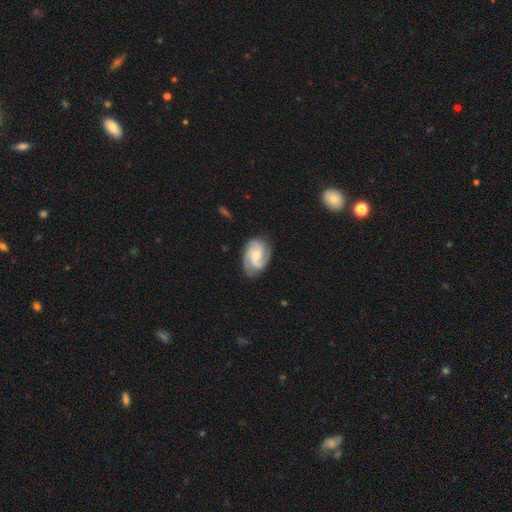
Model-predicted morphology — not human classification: Q: Smooth or featured?
A: featured or disk (86%); runner-up: smooth (10%)
Q: Edge-on disk?
A: no (98%); runner-up: yes (2%)
Q: Bar?
A: no (55%); runner-up: weak (37%)
Q: Spiral arms?
A: yes (98%); runner-up: no (2%)
Q: Spiral winding?
A: medium (48%); runner-up: tight (39%)
Q: Spiral arm count?
A: 2 (45%); runner-up: 3 (38%)
Q: Bulge size?
A: small (51%); runner-up: moderate (40%)
Q: Merging?
A: none (76%); runner-up: minor disturbance (17%)